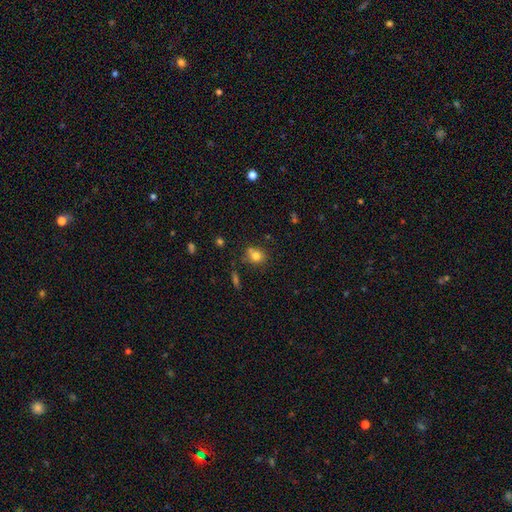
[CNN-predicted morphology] Smooth or featured? smooth (79%)
How rounded? round (66%)
Merging? none (64%)